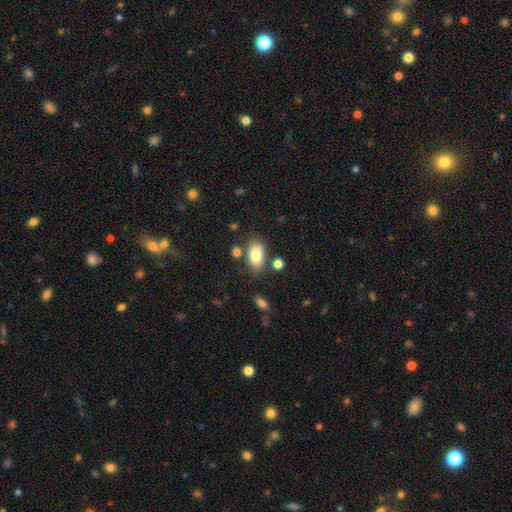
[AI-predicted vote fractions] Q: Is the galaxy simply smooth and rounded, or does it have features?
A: smooth — 83%.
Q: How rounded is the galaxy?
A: in between — 91%.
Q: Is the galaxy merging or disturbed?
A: none — 72%.